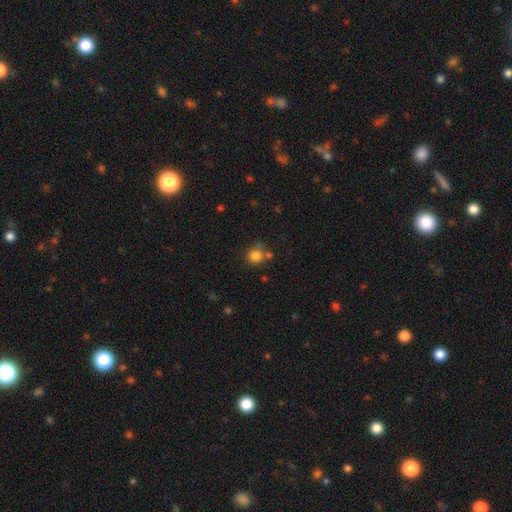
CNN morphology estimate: smooth 81%, star or artifact 12%, featured or disk 7%. Down the decision tree: how rounded — round (89%); merging — none (65%).